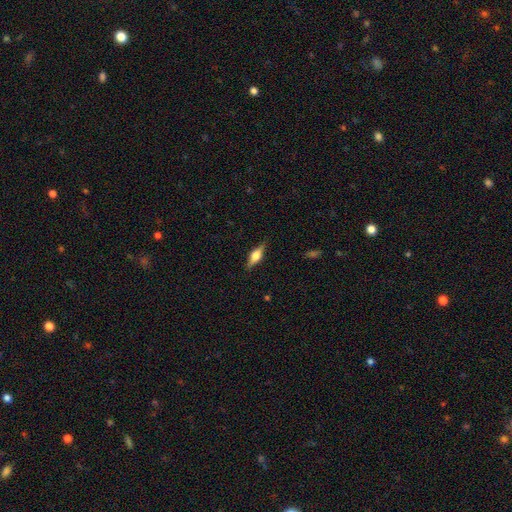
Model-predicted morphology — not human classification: Overall: featured or disk (58%; smooth 34%). Edge-on disk: yes (95%). Edge-on bulge: rounded (90%). Merging: none (86%).